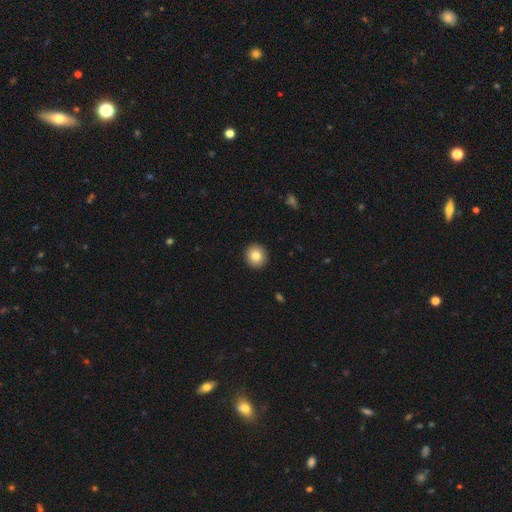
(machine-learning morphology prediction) Smooth or featured? smooth (83%)
How rounded? round (92%)
Merging? none (93%)